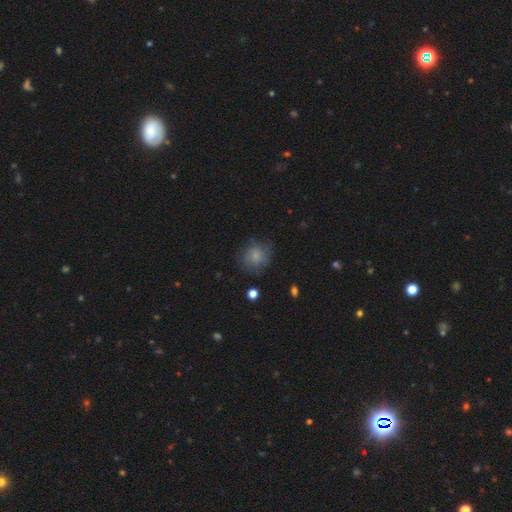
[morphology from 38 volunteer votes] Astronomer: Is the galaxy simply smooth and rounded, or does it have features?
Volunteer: smooth — 79%.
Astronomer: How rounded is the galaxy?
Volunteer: round — 93%.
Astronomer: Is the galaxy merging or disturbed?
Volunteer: none — 69%.